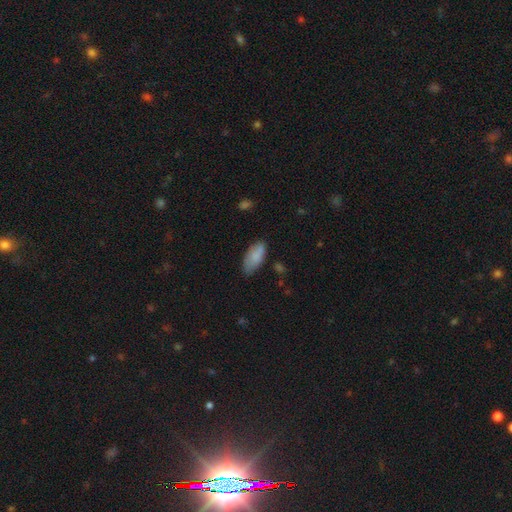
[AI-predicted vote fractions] This is clearly a smooth galaxy (84%). How rounded: clearly in between (90%). Merging: likely none (66%).